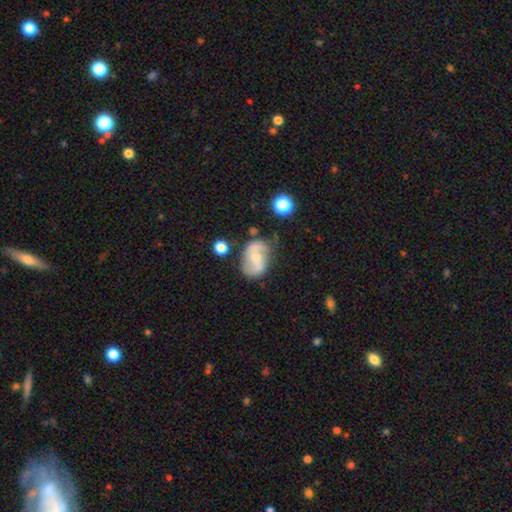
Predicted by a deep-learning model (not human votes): smooth_or_featured: featured or disk (p=0.58) [alt: smooth p=0.34]
disk_edge_on: no (p=0.96) [alt: yes p=0.04]
bar: weak (p=0.41) [tied with: no p=0.41]
has_spiral_arms: yes (p=0.74) [alt: no p=0.26]
bulge_size: moderate (p=0.47) [alt: small p=0.40]
merging: none (p=0.54) [alt: minor disturbance p=0.27]